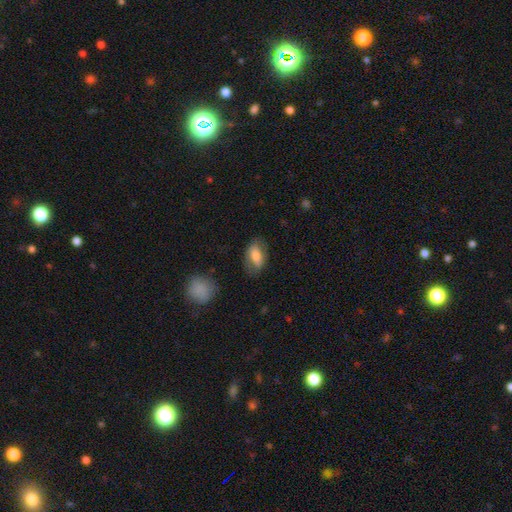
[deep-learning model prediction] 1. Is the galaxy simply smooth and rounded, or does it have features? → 66% smooth, 27% featured or disk, 7% star or artifact.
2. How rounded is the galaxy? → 88% in between, 6% round, 6% cigar-shaped.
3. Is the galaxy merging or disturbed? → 74% none, 18% minor disturbance, 7% major disturbance, 2% merger.